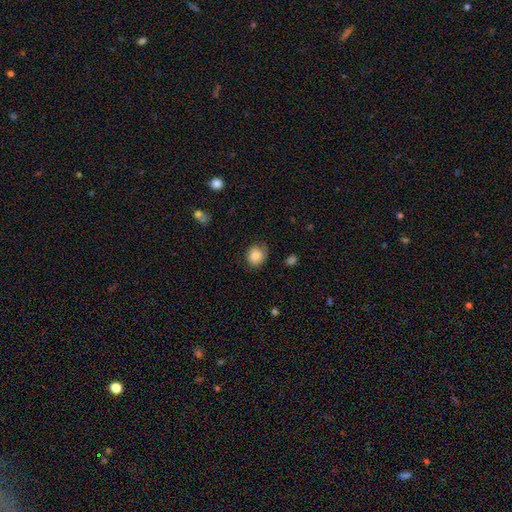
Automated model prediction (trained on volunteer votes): A smooth galaxy with no disk features (84%) that is round (69%).

Vote fractions:
- Smooth or featured? smooth: 84% / star or artifact: 8% / featured or disk: 8%
- How rounded? round: 69% / in between: 30% / cigar-shaped: 1%
- Merging? none: 71% / minor disturbance: 22% / major disturbance: 5% / merger: 1%